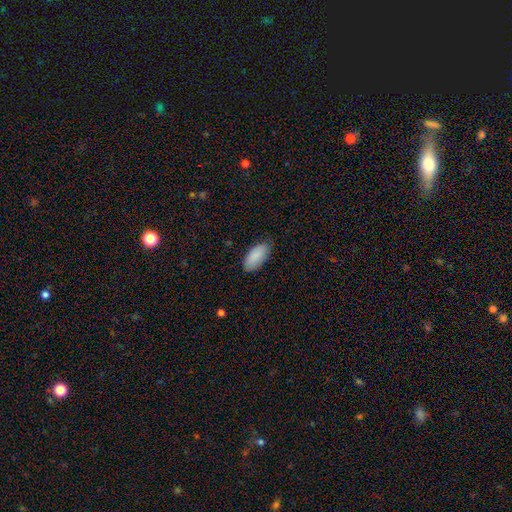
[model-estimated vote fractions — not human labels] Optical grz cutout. It shows a smooth galaxy with no disk features (89%) that is in between round and cigar-shaped (94%). Merging: none (75%).